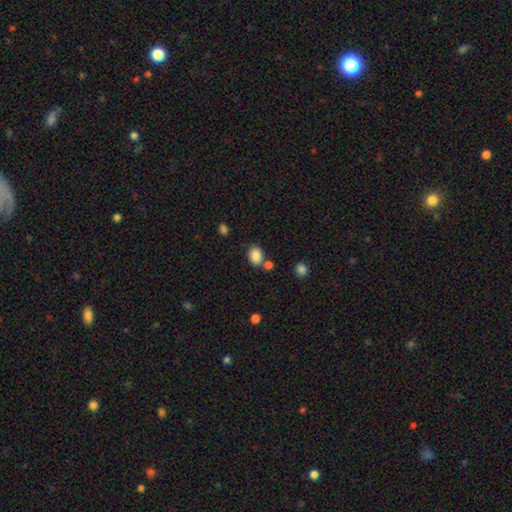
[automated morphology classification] type=smooth (85%); roundness=in between (64%); merging=none (66%).